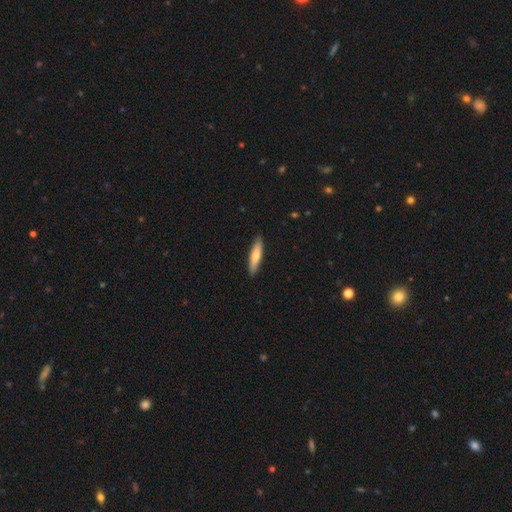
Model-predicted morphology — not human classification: smooth 70%, featured or disk 24%, star or artifact 5%. Down the decision tree: how rounded — cigar-shaped (77%); merging — none (89%).